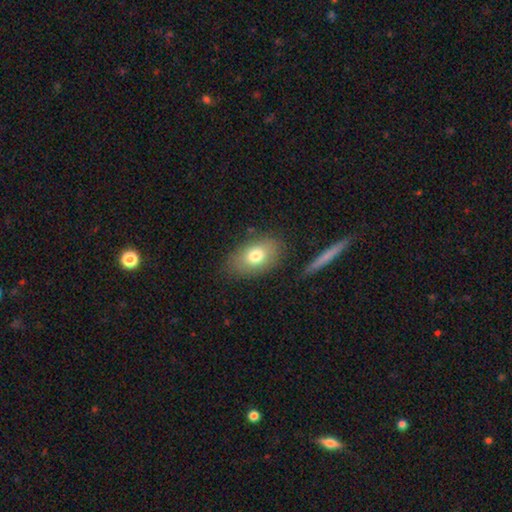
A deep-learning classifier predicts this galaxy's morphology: Smooth or featured: smooth — 76% (featured or disk — 16%)
How rounded: in between — 84% (round — 14%)
Merging: none — 78% (minor disturbance — 15%)